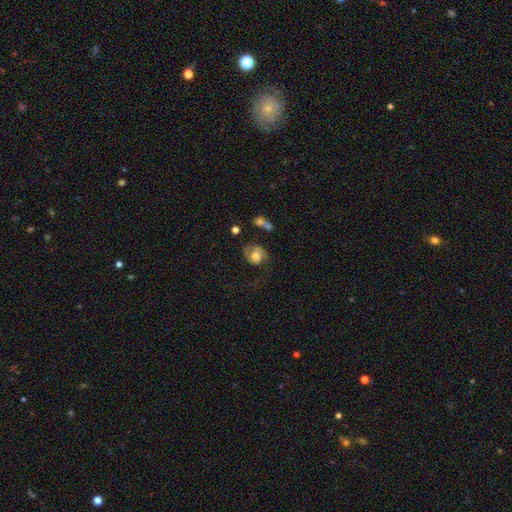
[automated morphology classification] Smooth or featured? Predicted: featured or disk (p=0.48). Merging? Predicted: none (p=0.45).